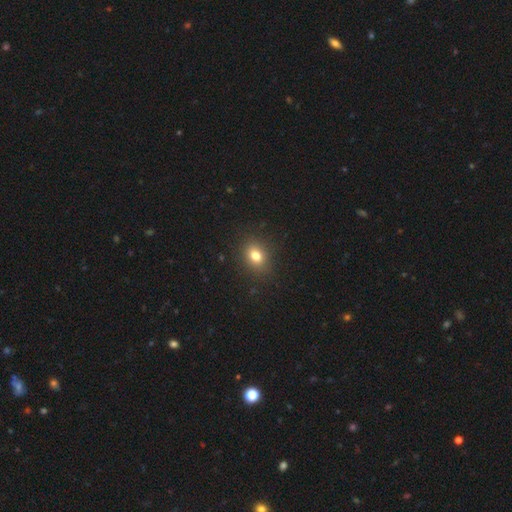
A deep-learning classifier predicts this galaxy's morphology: Q: Smooth or featured?
A: smooth (78%); runner-up: star or artifact (13%)
Q: How rounded?
A: in between (53%); runner-up: round (46%)
Q: Merging?
A: none (88%); runner-up: minor disturbance (8%)